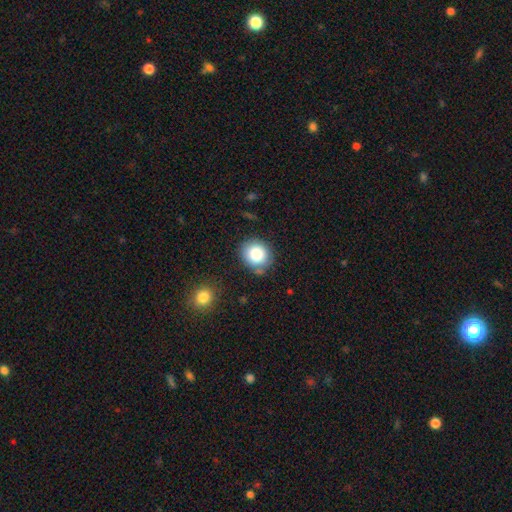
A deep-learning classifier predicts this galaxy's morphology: This appears to be a smooth galaxy with no disk features (81%) that is round (75%). Merging: none (78%).